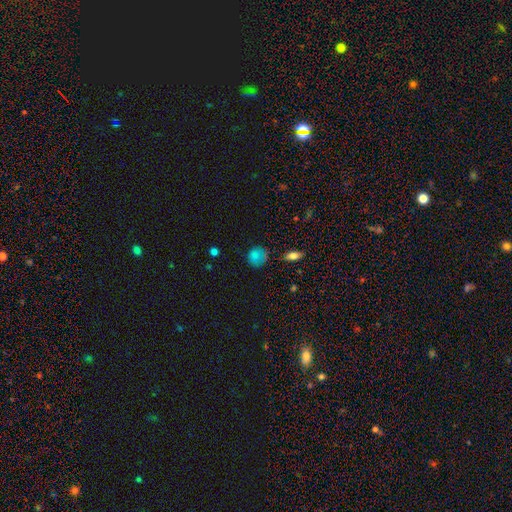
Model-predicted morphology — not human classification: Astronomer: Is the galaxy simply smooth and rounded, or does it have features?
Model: smooth — 78%.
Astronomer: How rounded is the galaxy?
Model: round — 79%.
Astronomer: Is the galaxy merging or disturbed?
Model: none — 62%.